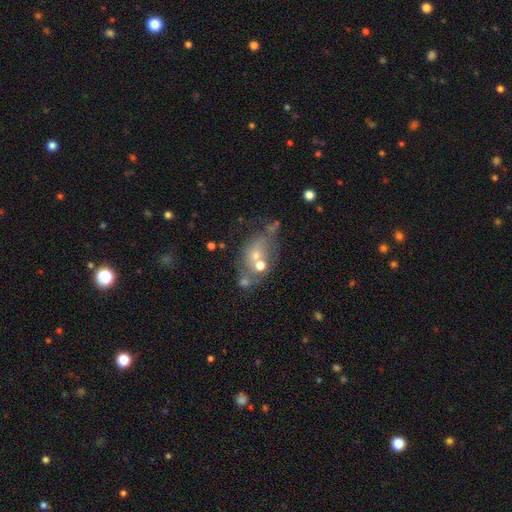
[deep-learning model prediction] A featured or disk galaxy (48%). Merging: none (37%).